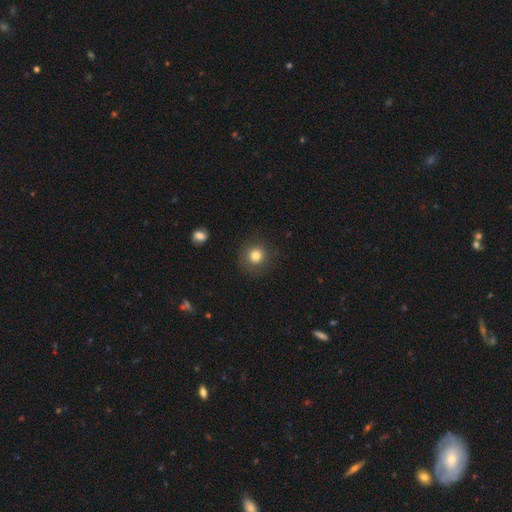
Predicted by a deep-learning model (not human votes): smooth 80%, star or artifact 12%, featured or disk 8%. Down the decision tree: how rounded — round (91%); merging — none (87%).